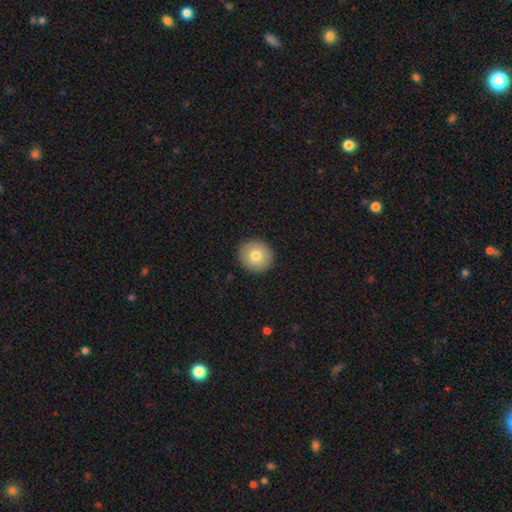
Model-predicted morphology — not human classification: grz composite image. It shows a smooth galaxy with no disk features (79%) that is round (93%). Merging: none (92%).